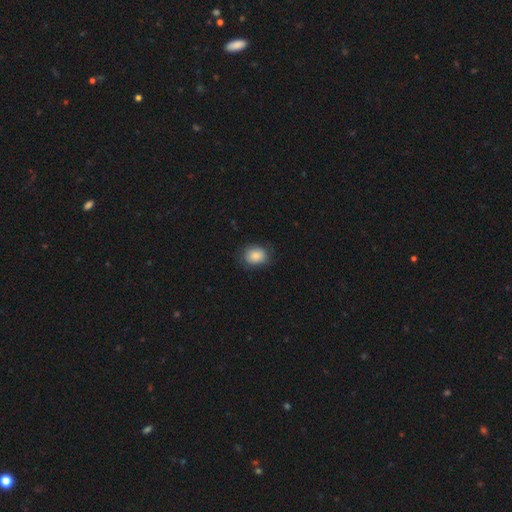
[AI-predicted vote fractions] A smooth galaxy with no disk features (84%) that is round (50%).

Vote fractions:
- Smooth or featured? smooth: 84% / star or artifact: 8% / featured or disk: 8%
- How rounded? round: 50% / in between: 49% / cigar-shaped: 1%
- Merging? none: 77% / minor disturbance: 17% / major disturbance: 5% / merger: 1%